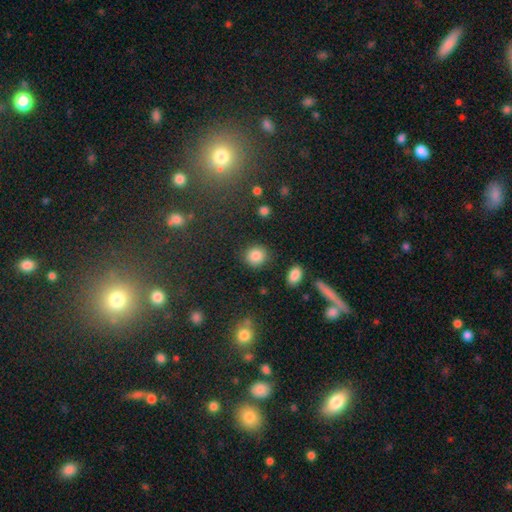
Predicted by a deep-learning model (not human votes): A smooth galaxy with no disk features (86%) that is round (82%).

Vote fractions:
- Smooth or featured? smooth: 86% / star or artifact: 9% / featured or disk: 5%
- How rounded? round: 82% / in between: 17% / cigar-shaped: 1%
- Merging? none: 84% / minor disturbance: 10% / major disturbance: 3% / merger: 3%